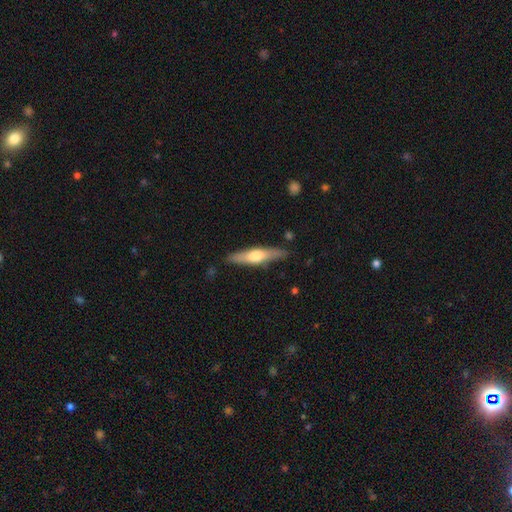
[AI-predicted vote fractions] Smooth or featured?
  - featured or disk: 50% *
  - smooth: 44%
  - star or artifact: 5%
Edge-on disk?
  - yes: 92% *
  - no: 8%
Merging?
  - none: 85% *
  - minor disturbance: 11%
  - major disturbance: 2%
  - merger: 2%